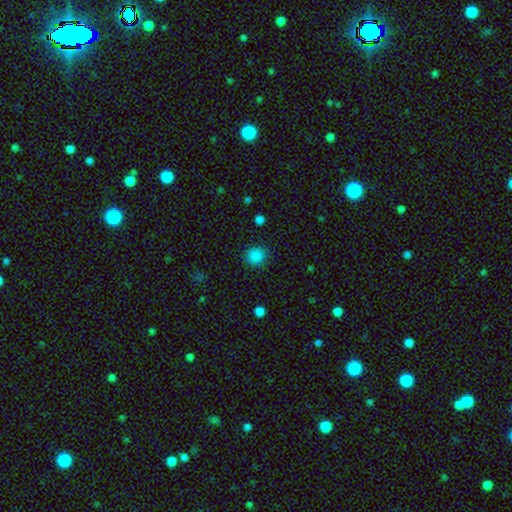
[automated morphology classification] This appears to be a smooth galaxy with no disk features (86%) that is round (85%). Merging: none (89%).